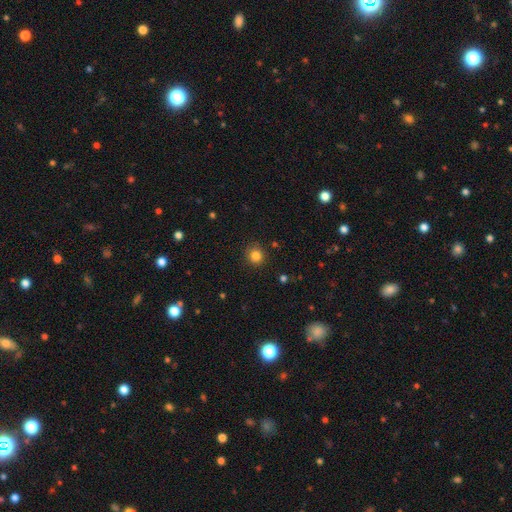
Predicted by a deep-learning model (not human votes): Overall: smooth (82%). How rounded: round (90%). Merging: none (88%).